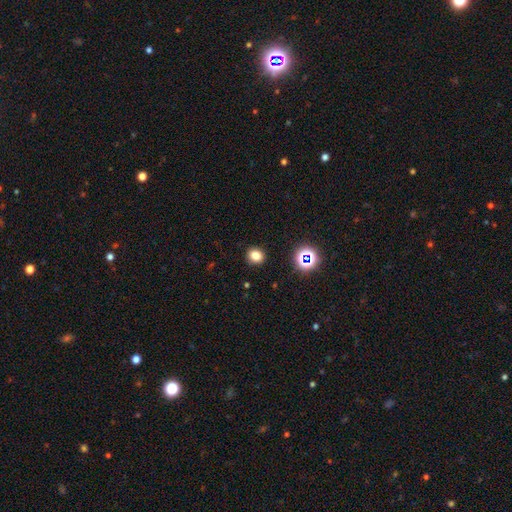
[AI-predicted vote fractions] Smooth or featured? smooth (77%)
How rounded? round (76%)
Merging? none (91%)